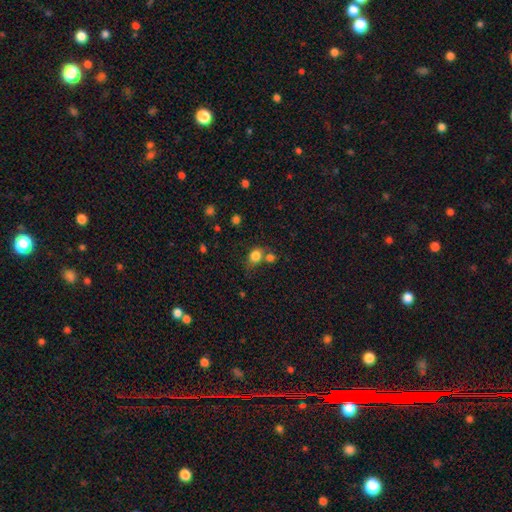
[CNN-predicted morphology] Smooth or featured? Predicted: smooth (p=0.81). How rounded? Predicted: round (p=0.60). Merging? Predicted: none (p=0.47).